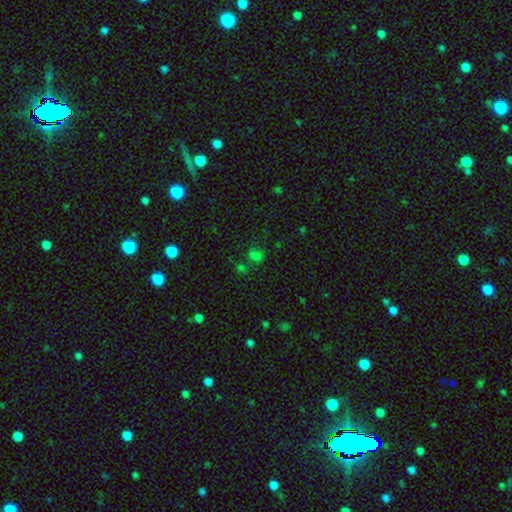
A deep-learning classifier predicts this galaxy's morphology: Smooth or featured? Predicted: smooth (p=0.55). How rounded? Predicted: round (p=0.51). Merging? Predicted: none (p=0.52).